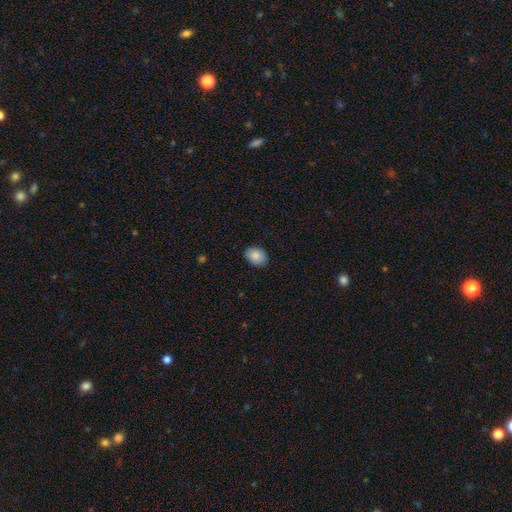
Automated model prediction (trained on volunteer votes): This is clearly a smooth galaxy (87%). How rounded: likely in between (72%). Merging: clearly none (87%).